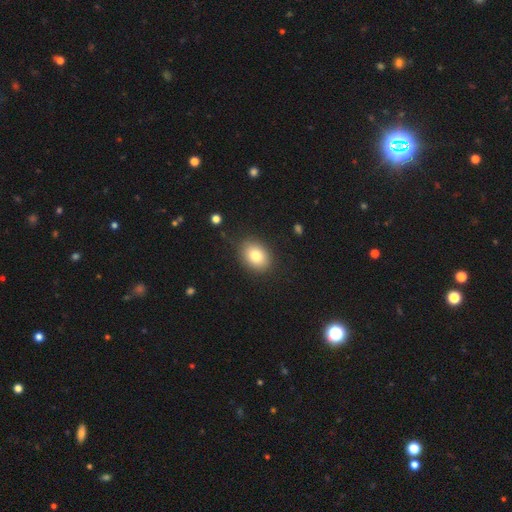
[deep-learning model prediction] Overall: smooth (81%). How rounded: in between (67%; round 32%). Merging: none (85%).